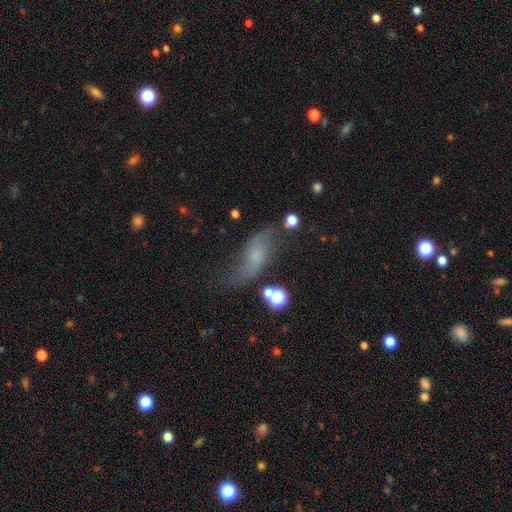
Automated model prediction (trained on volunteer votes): Smooth or featured? featured or disk (56%)
Edge-on disk? no (87%)
Merging? none (54%)